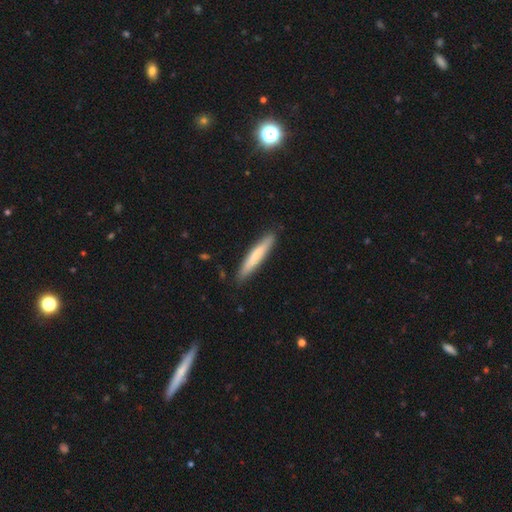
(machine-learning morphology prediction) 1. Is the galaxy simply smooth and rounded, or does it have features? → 68% smooth, 27% featured or disk, 5% star or artifact.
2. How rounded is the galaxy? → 94% cigar-shaped, 5% in between, 1% round.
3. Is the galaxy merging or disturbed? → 89% none, 9% minor disturbance, 1% major disturbance, 1% merger.